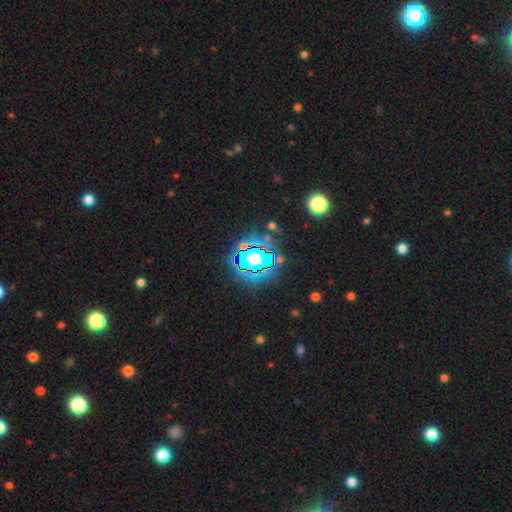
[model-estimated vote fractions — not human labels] Smooth or featured?
  - star or artifact: 80% *
  - smooth: 12%
  - featured or disk: 8%